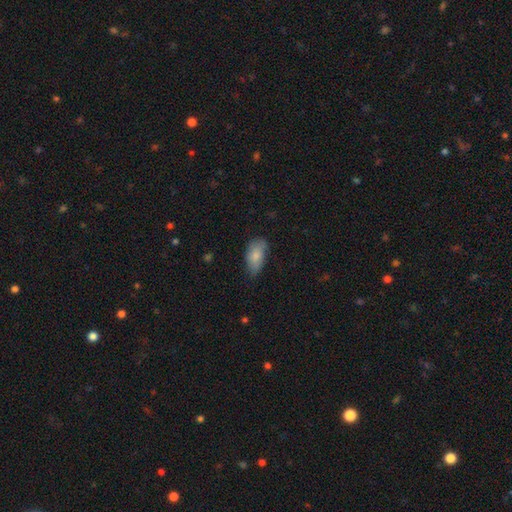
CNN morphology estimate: The model was most divided on "merging": none: 60%, minor disturbance: 32%, major disturbance: 7%, merger: 2%. More confident: how rounded — in between (92%); smooth or featured — smooth (82%).